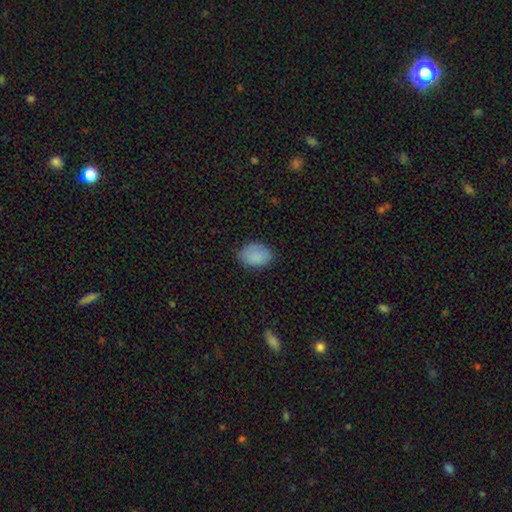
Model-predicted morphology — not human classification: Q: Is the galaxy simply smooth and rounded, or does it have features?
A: smooth — 86%.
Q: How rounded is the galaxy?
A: in between — 77%.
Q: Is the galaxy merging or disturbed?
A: none — 77%.